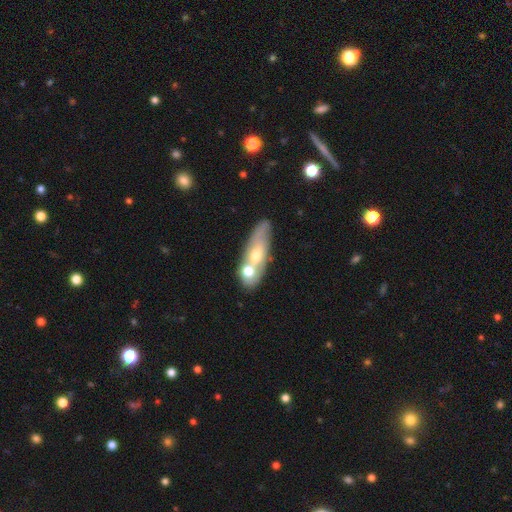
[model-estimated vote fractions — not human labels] Overall: smooth (47%; featured or disk 45%). Merging: none (45%; merger 38%).